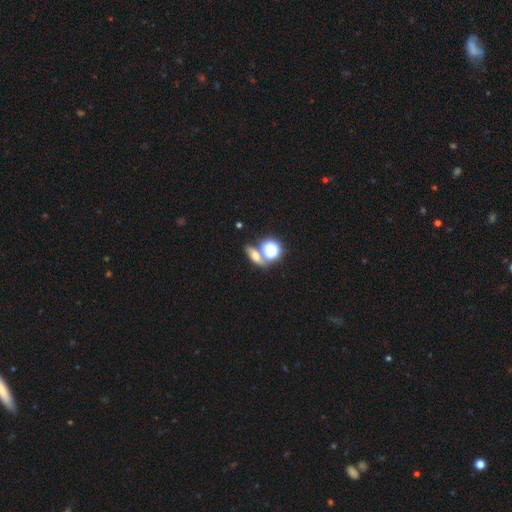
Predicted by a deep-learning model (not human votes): Smooth or featured?
  - smooth: 54% *
  - star or artifact: 24%
  - featured or disk: 22%
How rounded?
  - in between: 52% *
  - round: 29%
  - cigar-shaped: 19%
Merging?
  - none: 63% *
  - merger: 22%
  - minor disturbance: 10%
  - major disturbance: 5%